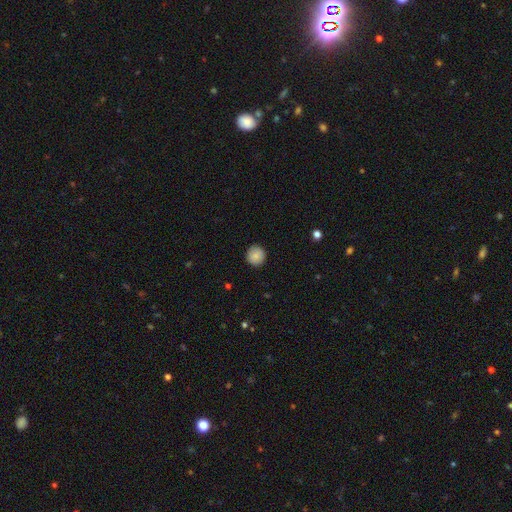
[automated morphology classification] A smooth galaxy with no disk features (86%) that is round (94%). Merging: none (91%).